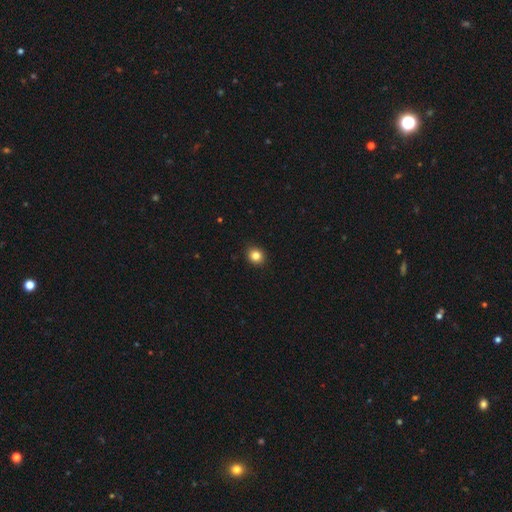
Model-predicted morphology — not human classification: This is clearly a smooth galaxy (84%). How rounded: likely round (77%). Merging: clearly none (91%).